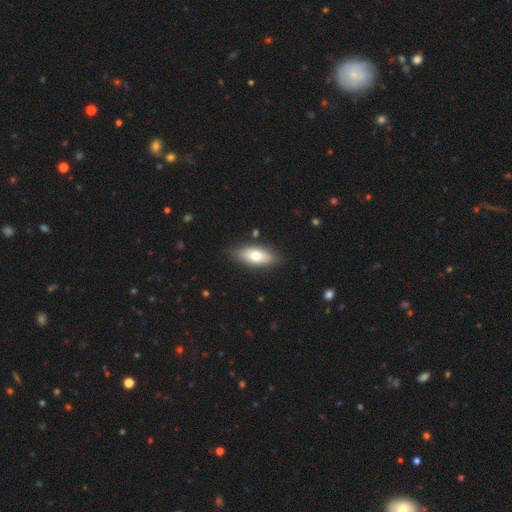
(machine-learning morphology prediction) smooth_or_featured: smooth (p=0.73) [alt: featured or disk p=0.21]
how_rounded: in between (p=0.80) [alt: cigar-shaped p=0.17]
merging: none (p=0.83) [alt: minor disturbance p=0.12]